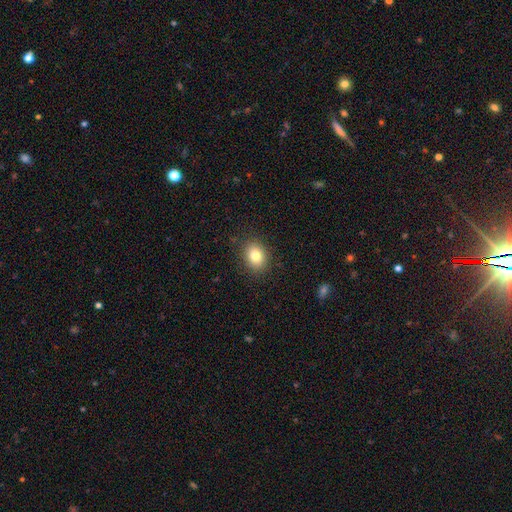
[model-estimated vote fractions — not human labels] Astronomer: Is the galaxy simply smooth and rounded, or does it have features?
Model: smooth — 81%.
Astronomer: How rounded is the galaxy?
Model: in between — 51% (runner-up: round, 48%).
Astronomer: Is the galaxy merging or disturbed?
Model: none — 88%.